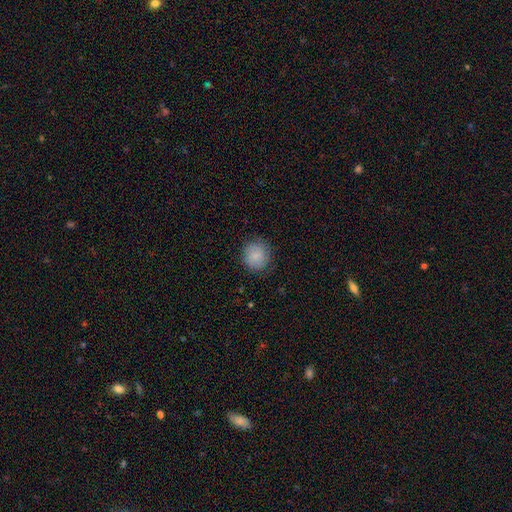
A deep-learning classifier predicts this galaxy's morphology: This appears to be a smooth galaxy with no disk features (85%) that is round (90%). Merging: none (85%).